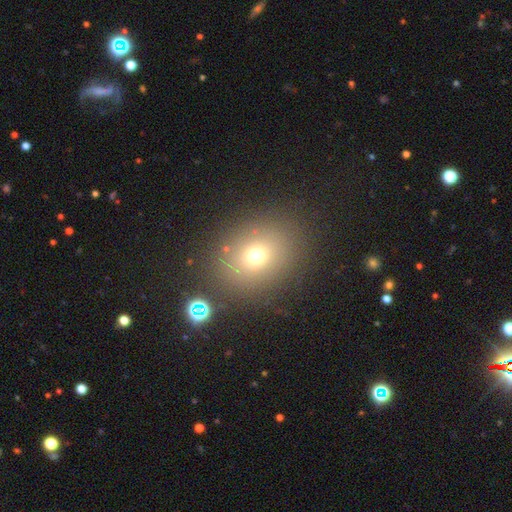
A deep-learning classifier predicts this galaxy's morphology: This is likely a smooth galaxy (70%). How rounded: possibly round (56%). Merging: clearly none (82%).